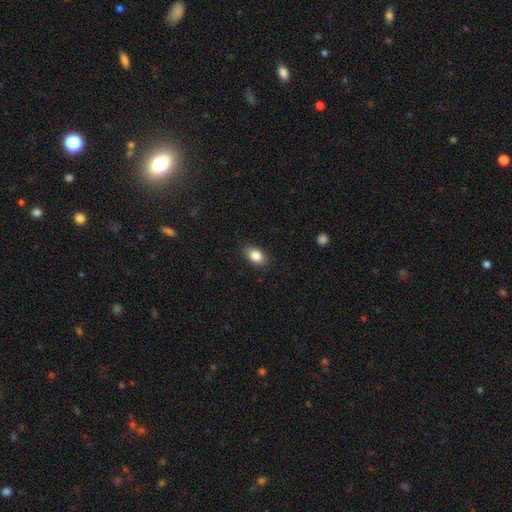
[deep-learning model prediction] Smooth or featured? Predicted: smooth (p=0.85). How rounded? Predicted: in between (p=0.86). Merging? Predicted: none (p=0.85).